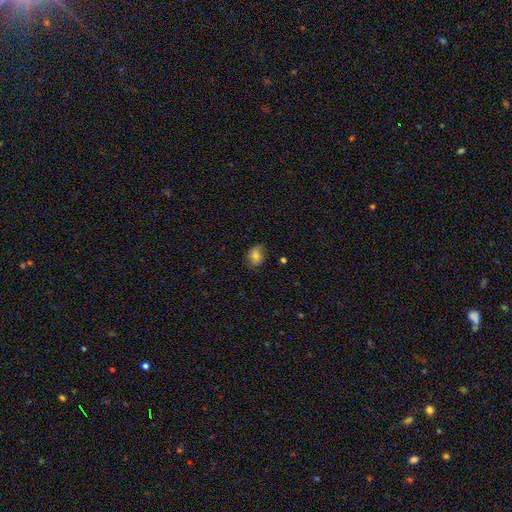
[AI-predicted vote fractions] This appears to be a smooth galaxy with no disk features (70%) that is in between round and cigar-shaped (51%). Merging: none (68%).